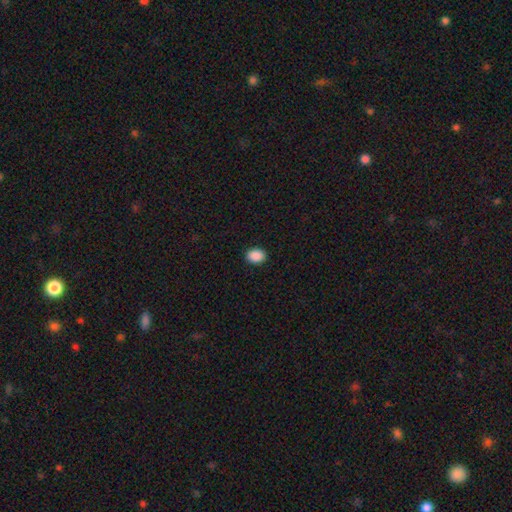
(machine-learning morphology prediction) type=smooth (90%); roundness=in between (63%); merging=none (91%).